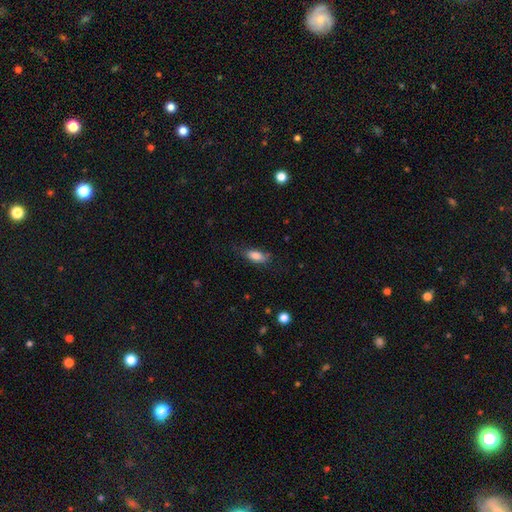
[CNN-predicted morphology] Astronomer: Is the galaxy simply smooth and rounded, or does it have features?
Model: smooth — 82%.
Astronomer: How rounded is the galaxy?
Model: in between — 80%.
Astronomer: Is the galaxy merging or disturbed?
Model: none — 67%.